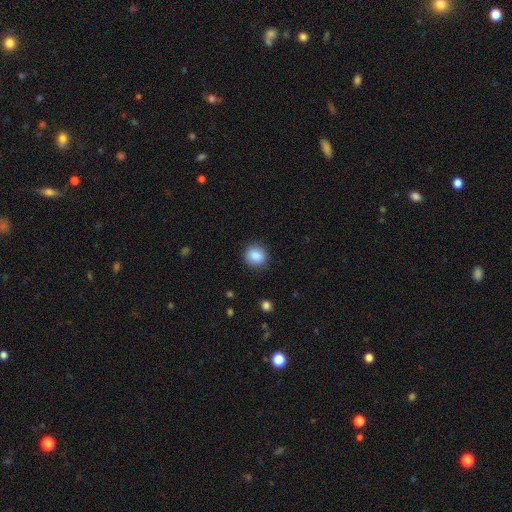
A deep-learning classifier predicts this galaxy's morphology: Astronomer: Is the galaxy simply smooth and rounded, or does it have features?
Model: smooth — 88%.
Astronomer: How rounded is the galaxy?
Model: round — 84%.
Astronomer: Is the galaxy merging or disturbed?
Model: none — 89%.